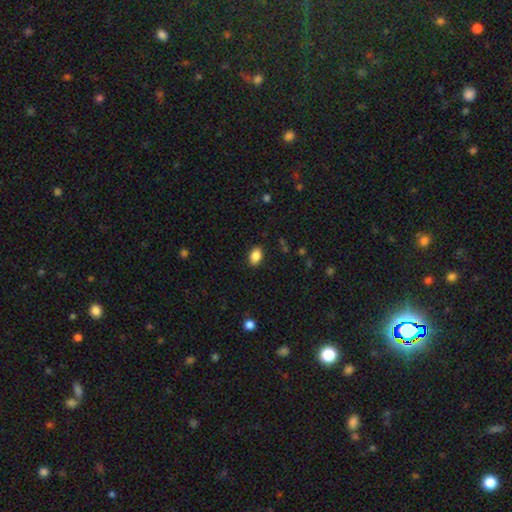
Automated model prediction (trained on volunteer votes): smooth-or-featured: smooth: 86% | star or artifact: 9% | featured or disk: 5%
  how-rounded: in between: 84% | round: 15% | cigar-shaped: 1%
  merging: none: 88% | minor disturbance: 9% | major disturbance: 2% | merger: 1%